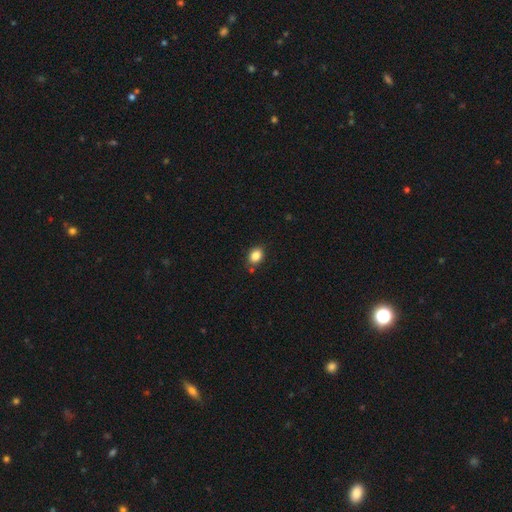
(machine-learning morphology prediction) This is clearly a smooth galaxy (85%). How rounded: likely in between (68%). Merging: clearly none (81%).